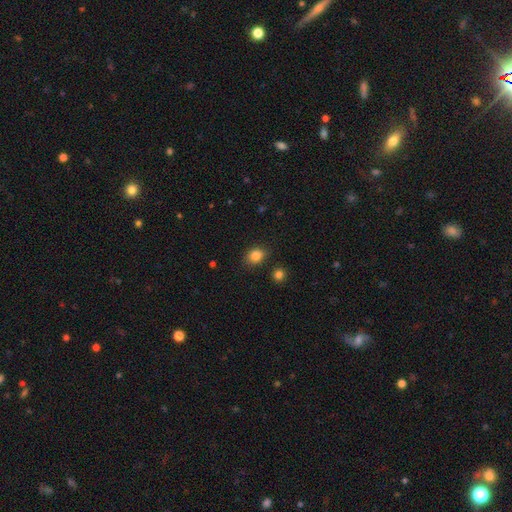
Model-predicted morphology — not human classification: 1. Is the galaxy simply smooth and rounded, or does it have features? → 83% smooth, 11% star or artifact, 6% featured or disk.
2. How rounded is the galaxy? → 51% in between, 48% round, 1% cigar-shaped.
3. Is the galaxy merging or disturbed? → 82% none, 12% minor disturbance, 3% merger, 3% major disturbance.